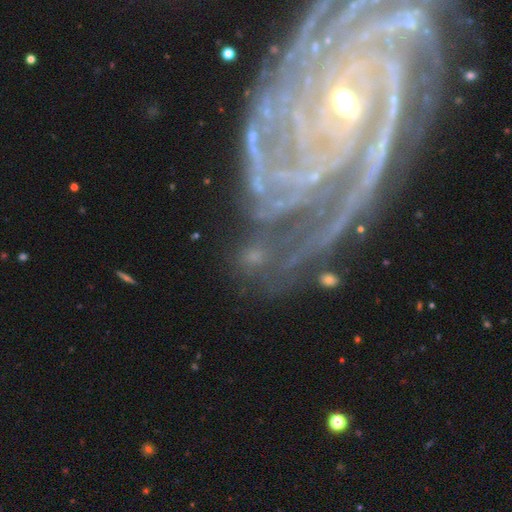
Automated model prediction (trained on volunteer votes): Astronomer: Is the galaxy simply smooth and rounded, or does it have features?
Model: featured or disk — 57%.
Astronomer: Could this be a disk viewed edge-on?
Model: no — 93%.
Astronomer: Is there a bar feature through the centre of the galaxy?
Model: no — 45% (runner-up: weak, 30%).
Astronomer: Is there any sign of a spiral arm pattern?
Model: yes — 82%.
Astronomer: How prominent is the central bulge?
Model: small — 51% (runner-up: moderate, 28%).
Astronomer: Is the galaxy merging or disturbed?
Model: none — 62%.